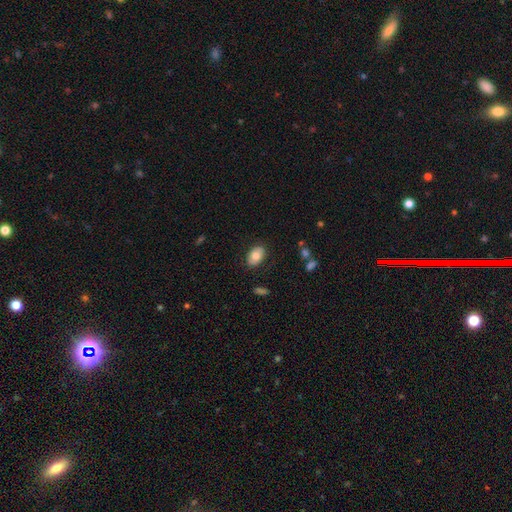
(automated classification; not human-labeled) Smooth or featured?
  - smooth: 77% *
  - featured or disk: 16%
  - star or artifact: 7%
How rounded?
  - in between: 88% *
  - round: 11%
  - cigar-shaped: 1%
Merging?
  - none: 84% *
  - minor disturbance: 12%
  - major disturbance: 3%
  - merger: 1%